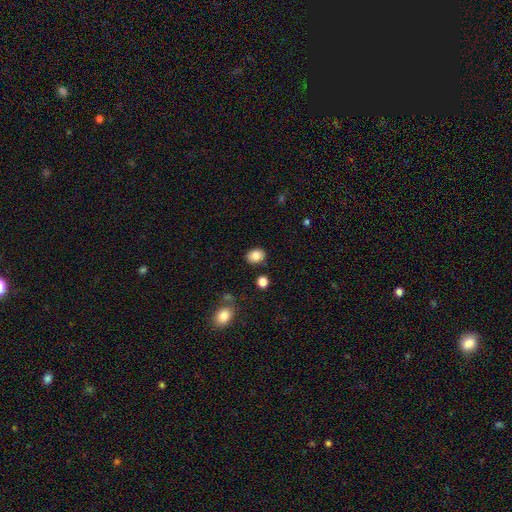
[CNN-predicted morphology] The model was most divided on "how rounded": in between: 57%, round: 42%, cigar-shaped: 1%. More confident: smooth or featured — smooth (85%); merging — none (83%).